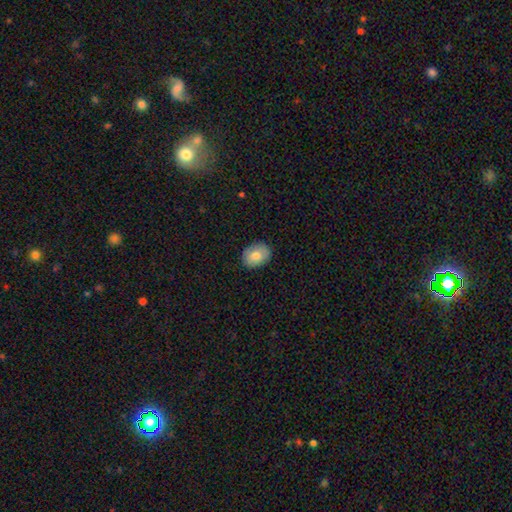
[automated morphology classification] smooth_or_featured: smooth (p=0.79) [alt: featured or disk p=0.14]
how_rounded: in between (p=0.69) [alt: round p=0.30]
merging: none (p=0.85) [alt: minor disturbance p=0.12]